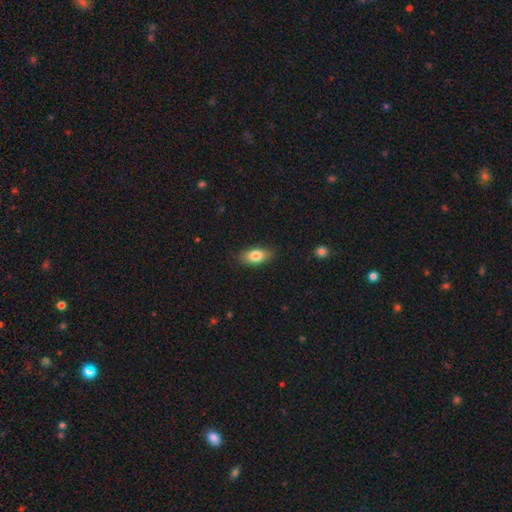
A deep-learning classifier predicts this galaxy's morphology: Smooth or featured?
  - smooth: 81% *
  - featured or disk: 12%
  - star or artifact: 7%
How rounded?
  - in between: 88% *
  - cigar-shaped: 7%
  - round: 5%
Merging?
  - none: 86% *
  - minor disturbance: 10%
  - major disturbance: 2%
  - merger: 1%